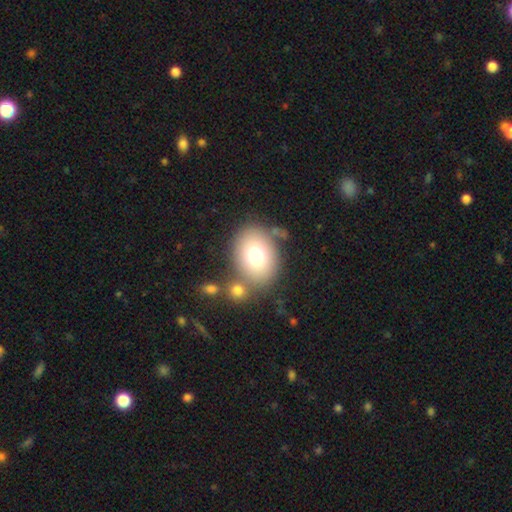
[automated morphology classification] smooth-or-featured: smooth: 74% | featured or disk: 15% | star or artifact: 11%
  how-rounded: in between: 54% | round: 45% | cigar-shaped: 1%
  merging: none: 68% | merger: 15% | minor disturbance: 12% | major disturbance: 5%